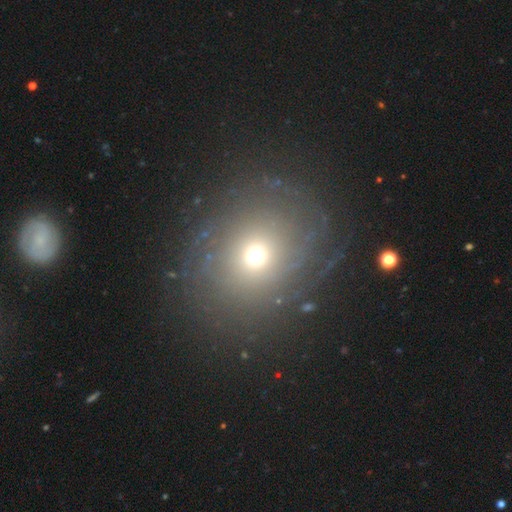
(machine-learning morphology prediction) Q: Smooth or featured?
A: smooth (50%); runner-up: featured or disk (28%)
Q: How rounded?
A: round (75%); runner-up: in between (24%)
Q: Merging?
A: none (77%); runner-up: minor disturbance (12%)